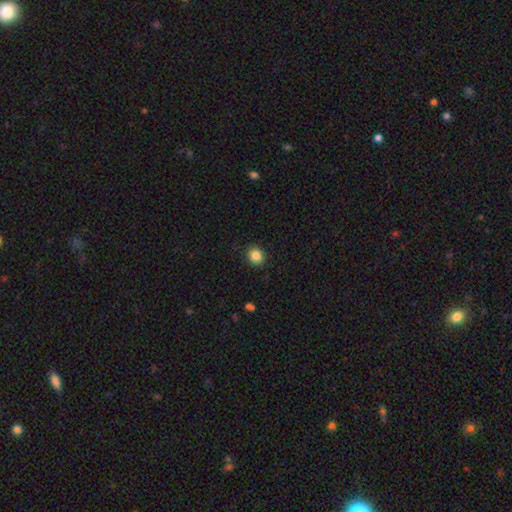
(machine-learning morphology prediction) The model was most divided on "how rounded": round: 76%, in between: 23%, cigar-shaped: 1%. More confident: merging — none (90%); smooth or featured — smooth (85%).